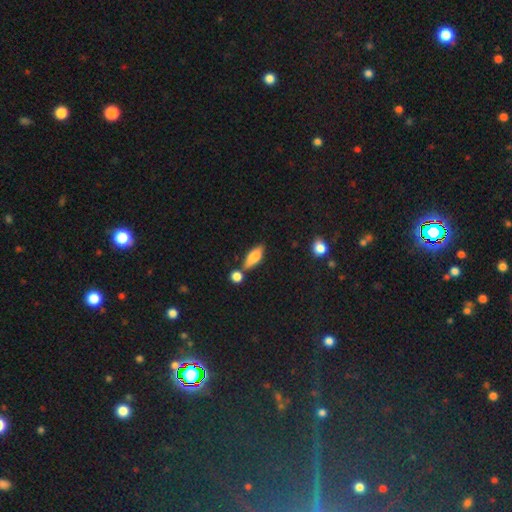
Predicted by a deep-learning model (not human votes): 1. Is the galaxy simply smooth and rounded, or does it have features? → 70% smooth, 22% featured or disk, 8% star or artifact.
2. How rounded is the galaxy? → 65% in between, 31% cigar-shaped, 4% round.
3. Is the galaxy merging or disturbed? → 65% none, 17% merger, 14% minor disturbance, 4% major disturbance.